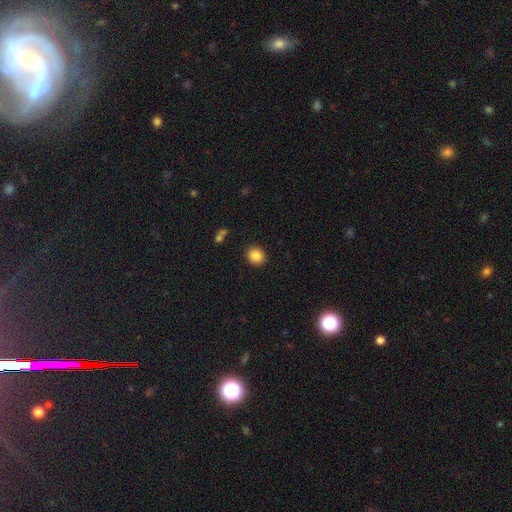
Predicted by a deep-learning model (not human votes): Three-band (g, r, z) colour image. It shows a smooth galaxy with no disk features (87%) that is round (82%). Merging: none (89%).